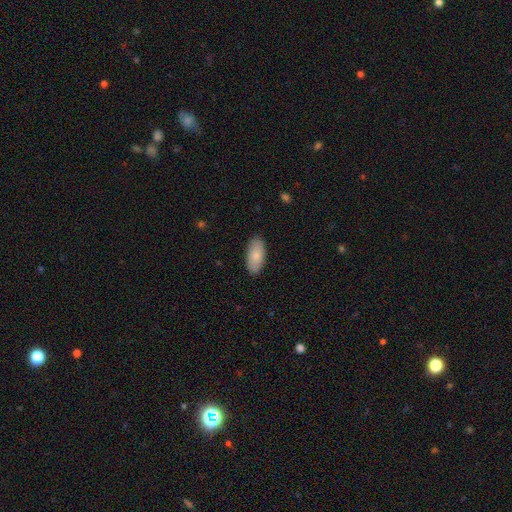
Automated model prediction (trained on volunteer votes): Overall: smooth (83%). How rounded: in between (92%). Merging: none (88%).